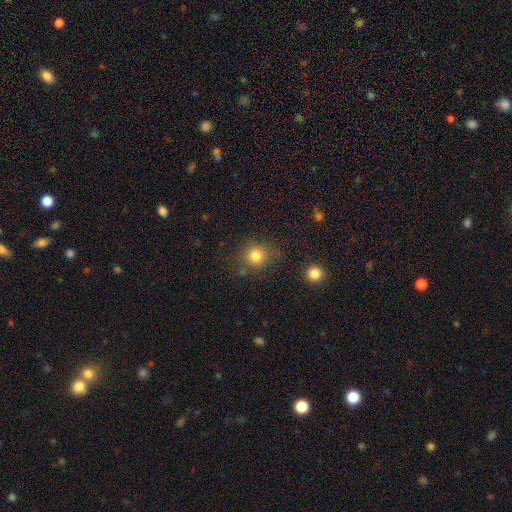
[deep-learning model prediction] Morphology: type=smooth (81%); roundness=round (85%); merging=none (77%).